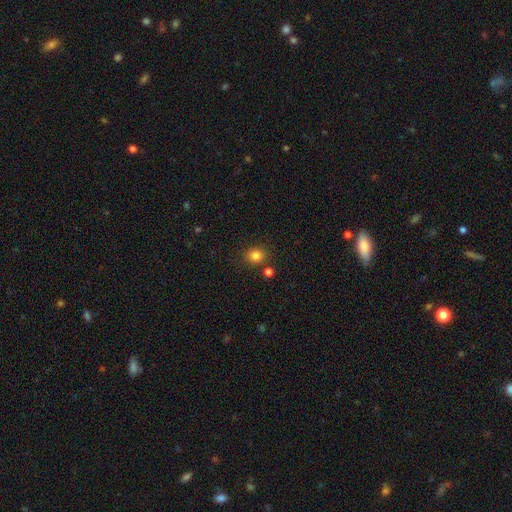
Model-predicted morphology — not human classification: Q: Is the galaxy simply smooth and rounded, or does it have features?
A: smooth — 83%.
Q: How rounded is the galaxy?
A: round — 80%.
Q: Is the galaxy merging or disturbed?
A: none — 82%.